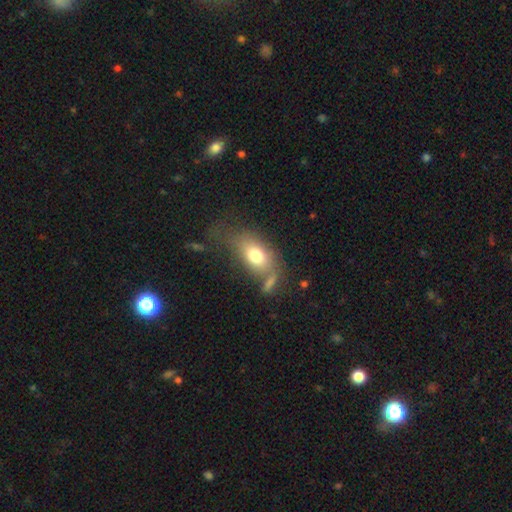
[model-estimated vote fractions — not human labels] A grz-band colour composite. It shows a smooth galaxy with no disk features (72%) that is in between round and cigar-shaped (85%). Merging: none (42%).